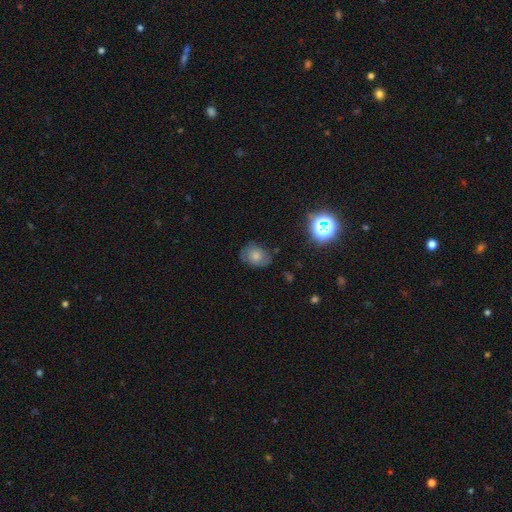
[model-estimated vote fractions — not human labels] Smooth or featured?
  - smooth: 59% *
  - featured or disk: 27%
  - star or artifact: 14%
How rounded?
  - in between: 55% *
  - round: 44%
  - cigar-shaped: 1%
Merging?
  - none: 71% *
  - minor disturbance: 21%
  - major disturbance: 6%
  - merger: 2%